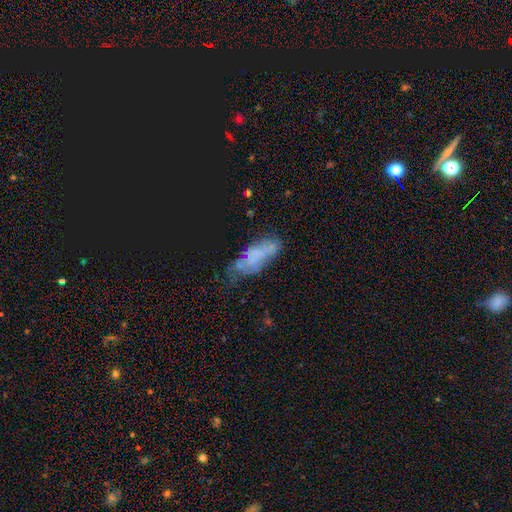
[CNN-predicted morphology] Q: Smooth or featured?
A: smooth (47%); runner-up: featured or disk (39%)
Q: Merging?
A: none (43%); runner-up: minor disturbance (30%)